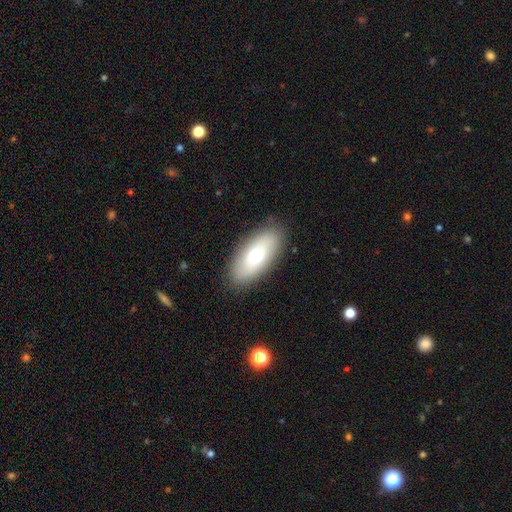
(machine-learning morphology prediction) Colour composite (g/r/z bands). It shows a smooth galaxy with no disk features (59%) that is in between round and cigar-shaped (86%). Merging: none (86%).